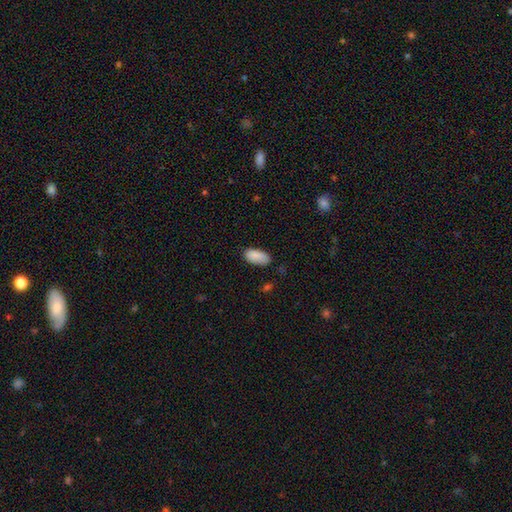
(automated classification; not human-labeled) A smooth galaxy with no disk features (89%) that is in between round and cigar-shaped (92%). Merging: none (77%).